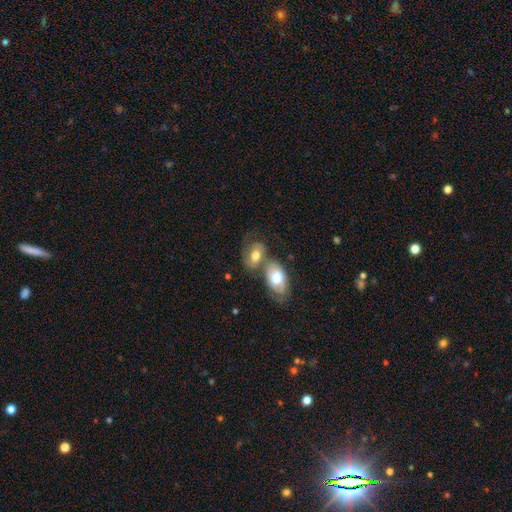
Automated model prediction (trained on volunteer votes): A smooth galaxy with no disk features (51%) that is in between round and cigar-shaped (81%). Merging: merger (46%).